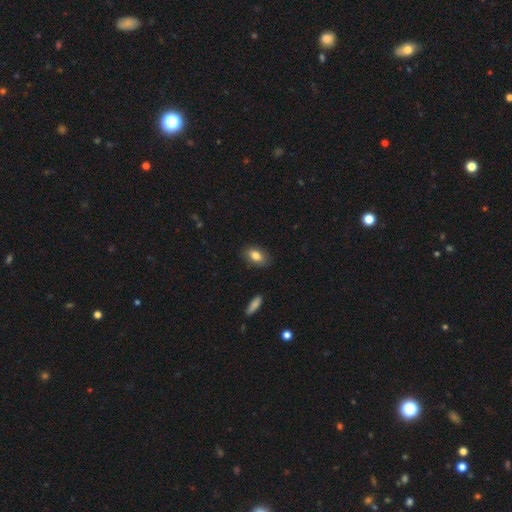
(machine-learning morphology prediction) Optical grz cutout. It shows a smooth galaxy with no disk features (82%) that is in between round and cigar-shaped (89%). Merging: none (84%).